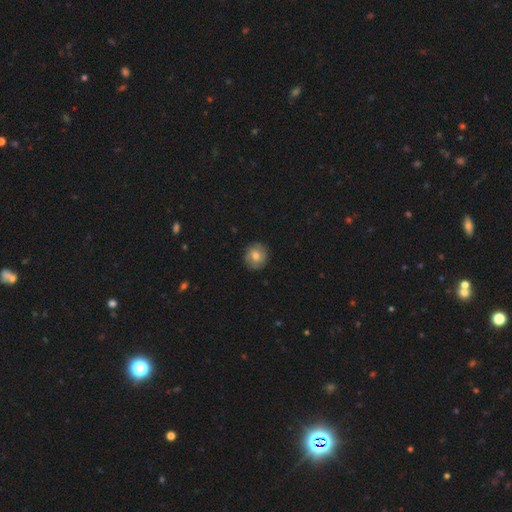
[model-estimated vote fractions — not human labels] Smooth or featured: smooth — 60% (featured or disk — 32%)
How rounded: round — 87% (in between — 12%)
Merging: none — 85% (minor disturbance — 11%)